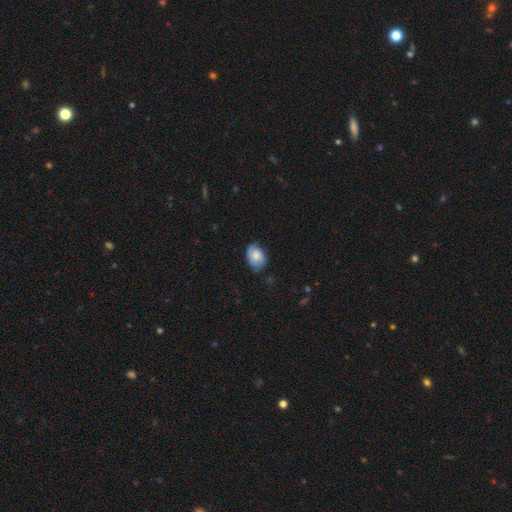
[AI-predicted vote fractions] Smooth or featured? Predicted: smooth (p=0.69). How rounded? Predicted: in between (p=0.82). Merging? Predicted: none (p=0.65).